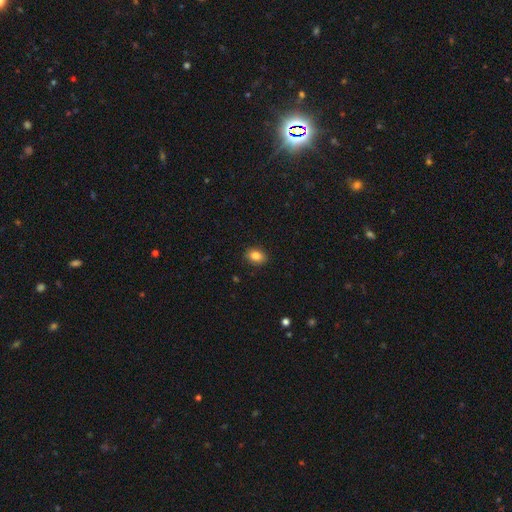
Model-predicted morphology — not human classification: This appears to be a smooth galaxy with no disk features (85%) that is in between round and cigar-shaped (72%). Merging: none (87%).